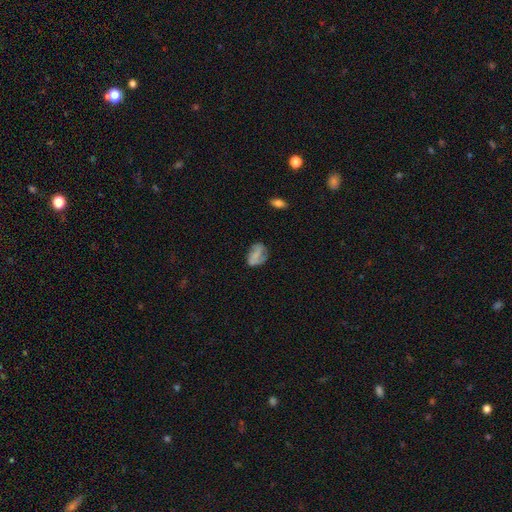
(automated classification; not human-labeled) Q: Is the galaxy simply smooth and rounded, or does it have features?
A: smooth — 51%.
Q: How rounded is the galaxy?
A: in between — 75%.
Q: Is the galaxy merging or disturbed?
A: none — 54%.